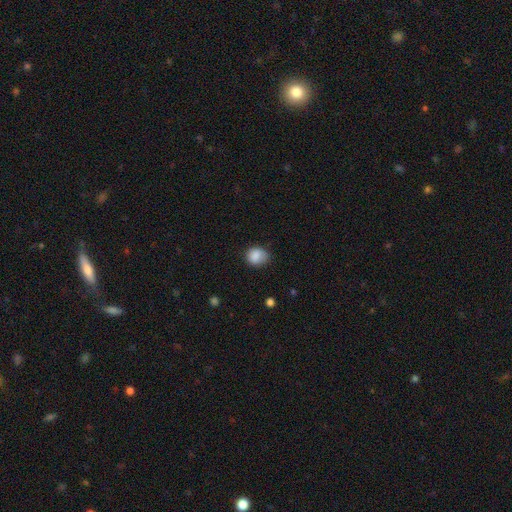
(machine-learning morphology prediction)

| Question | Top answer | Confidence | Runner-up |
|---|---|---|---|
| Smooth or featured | smooth | 85% | star or artifact (8%) |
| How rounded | round | 67% | in between (32%) |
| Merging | none | 66% | minor disturbance (27%) |